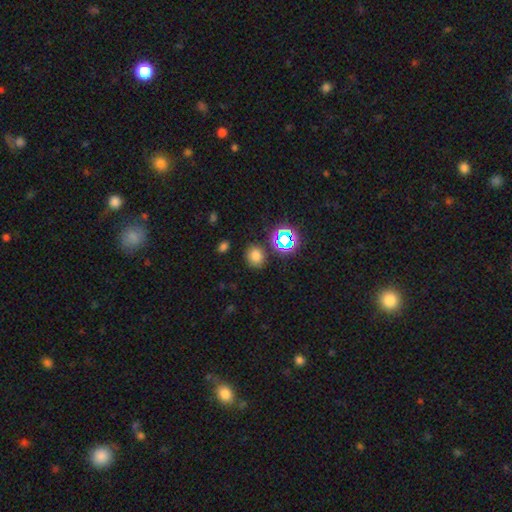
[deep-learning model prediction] A smooth galaxy with no disk features (71%) that is round (64%). Merging: none (83%).